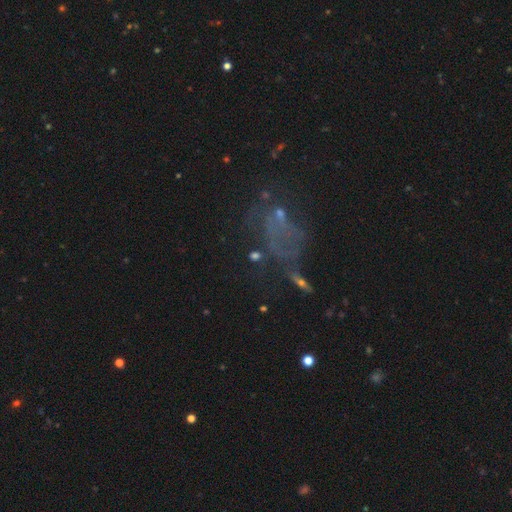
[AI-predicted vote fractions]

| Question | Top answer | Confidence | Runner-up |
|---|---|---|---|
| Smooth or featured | featured or disk | 40% | smooth (32%) |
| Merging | none | 39% | major disturbance (30%) |